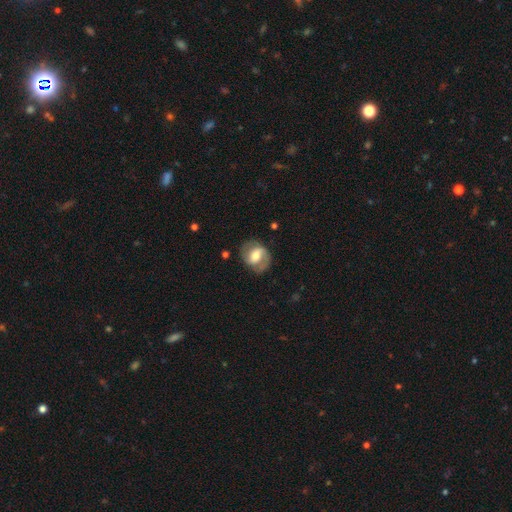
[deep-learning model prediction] This is likely a featured or disk galaxy (70%). It is clearly not viewed edge-on (97%). Bar: marginally weak (44%). Spiral arm pattern: clearly yes (85%). Spiral arm count: clearly 2 (82%). Spiral winding: possibly medium (48%). Central bulge: likely moderate (62%). Merging: likely none (74%).